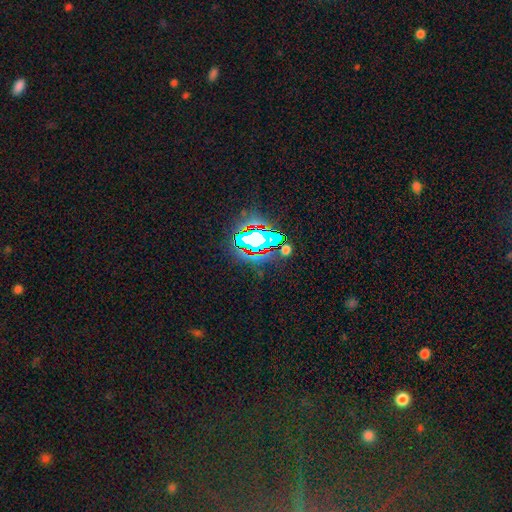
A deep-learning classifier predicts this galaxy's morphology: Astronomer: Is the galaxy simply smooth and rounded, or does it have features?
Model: star or artifact — 82%.